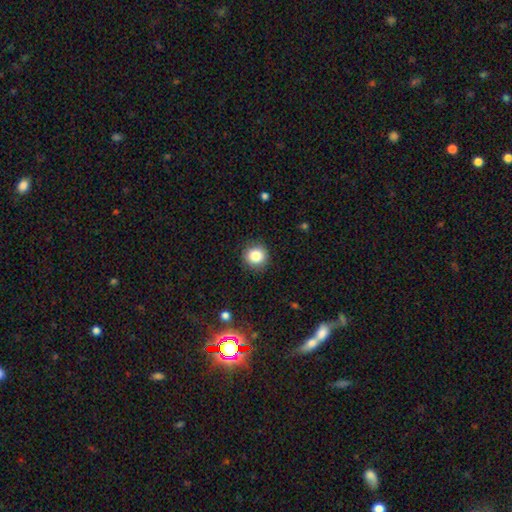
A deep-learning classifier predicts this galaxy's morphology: smooth 84%, star or artifact 10%, featured or disk 6%. Down the decision tree: how rounded — round (93%); merging — none (90%).